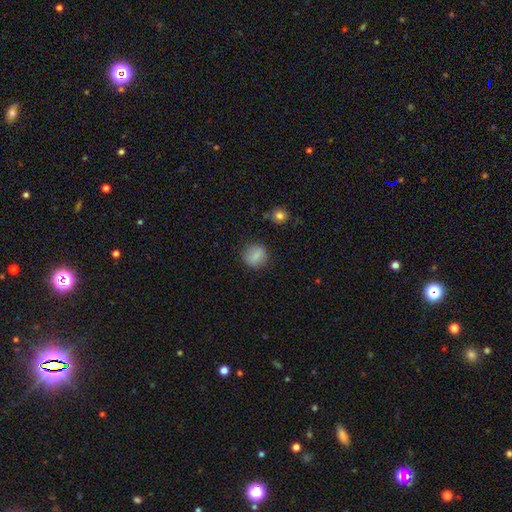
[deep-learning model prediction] Smooth or featured: smooth — 85% (star or artifact — 9%)
How rounded: round — 81% (in between — 18%)
Merging: none — 84% (minor disturbance — 11%)